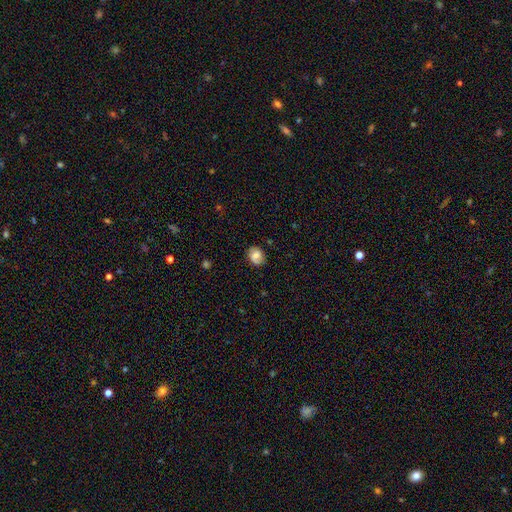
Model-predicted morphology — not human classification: A smooth galaxy with no disk features (69%) that is round (53%).

Vote fractions:
- Smooth or featured? smooth: 69% / featured or disk: 22% / star or artifact: 9%
- How rounded? round: 53% / in between: 46% / cigar-shaped: 1%
- Merging? none: 78% / minor disturbance: 17% / major disturbance: 4% / merger: 2%